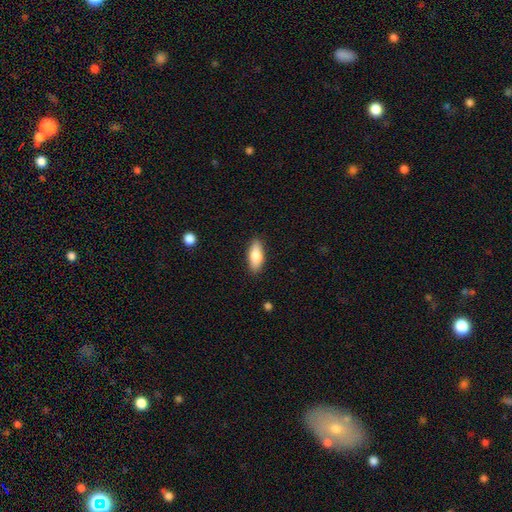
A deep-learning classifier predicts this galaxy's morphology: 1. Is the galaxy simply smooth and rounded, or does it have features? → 79% smooth, 15% featured or disk, 6% star or artifact.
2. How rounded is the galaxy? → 76% in between, 22% cigar-shaped, 3% round.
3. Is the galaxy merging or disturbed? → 87% none, 10% minor disturbance, 2% major disturbance, 1% merger.